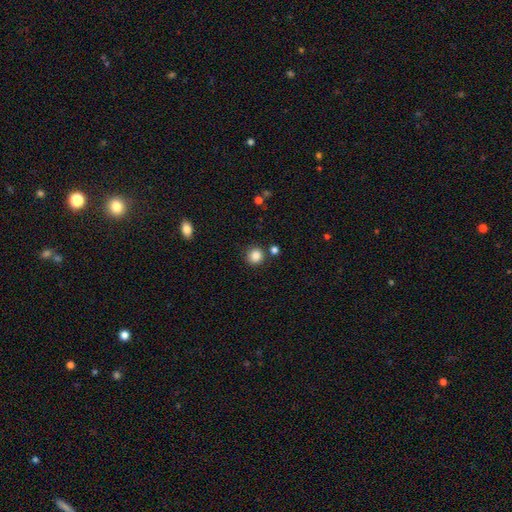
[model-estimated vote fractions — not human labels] The model was most divided on "merging": none: 82%, minor disturbance: 9%, merger: 6%, major disturbance: 3%. More confident: how rounded — round (89%); smooth or featured — smooth (86%).